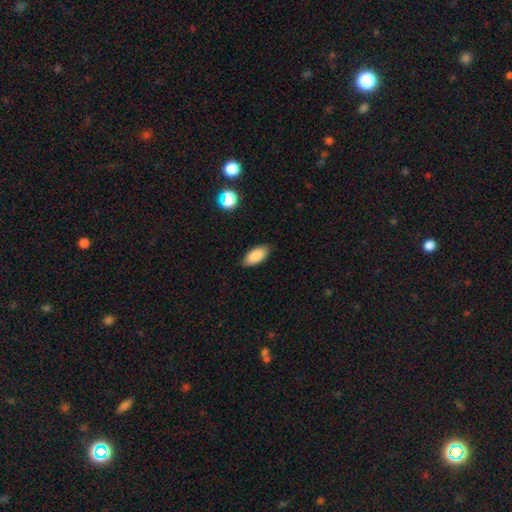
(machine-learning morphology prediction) Overall: smooth (88%). How rounded: in between (91%). Merging: none (87%).